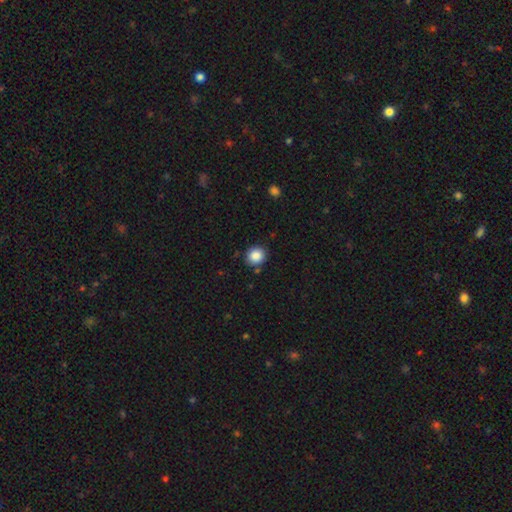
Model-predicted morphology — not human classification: The model was most divided on "how rounded": round: 85%, in between: 14%, cigar-shaped: 1%. More confident: smooth or featured — smooth (86%); merging — none (86%).